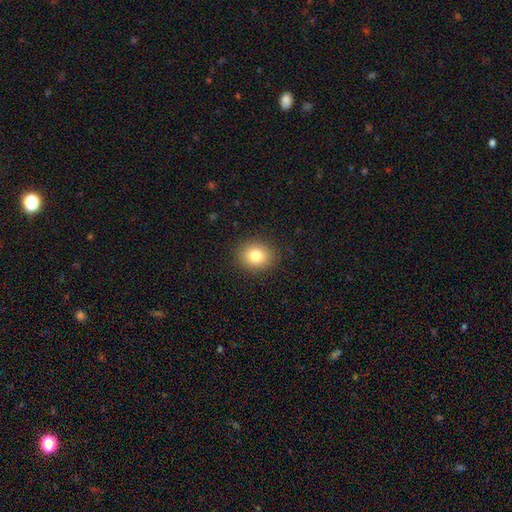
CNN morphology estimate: This appears to be a smooth galaxy with no disk features (81%) that is round (71%). Merging: none (90%).